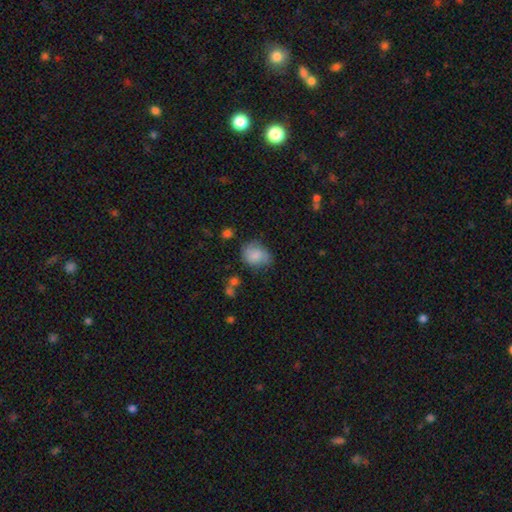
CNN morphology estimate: smooth 78%, featured or disk 14%, star or artifact 8%. Down the decision tree: how rounded — in between (56%); merging — none (57%).